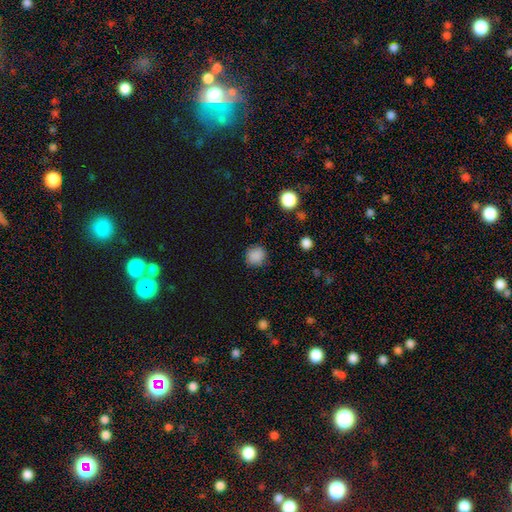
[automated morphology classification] A smooth galaxy with no disk features (85%) that is round (88%). Merging: none (85%).